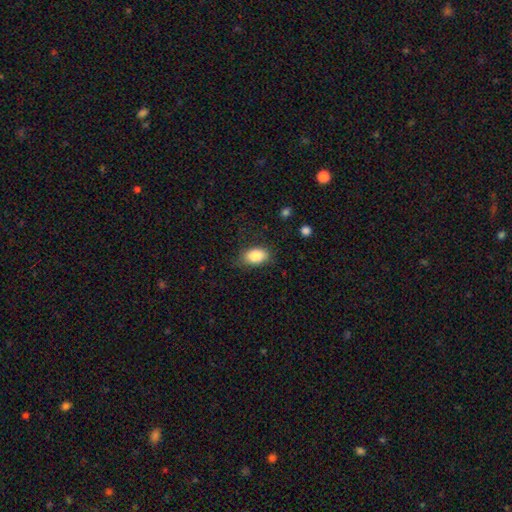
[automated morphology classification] smooth_or_featured: smooth (p=0.86) [alt: star or artifact p=0.07]
how_rounded: in between (p=0.87) [alt: round p=0.11]
merging: none (p=0.75) [alt: minor disturbance p=0.18]